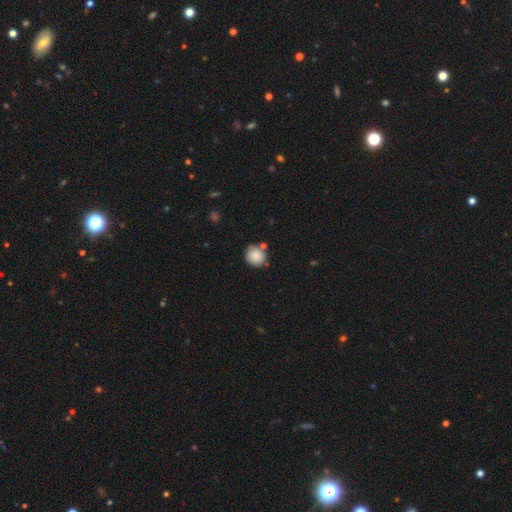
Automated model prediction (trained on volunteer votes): A smooth galaxy with no disk features (87%) that is round (89%).

Vote fractions:
- Smooth or featured? smooth: 87% / star or artifact: 8% / featured or disk: 5%
- How rounded? round: 89% / in between: 10% / cigar-shaped: 1%
- Merging? none: 75% / minor disturbance: 13% / merger: 9% / major disturbance: 3%